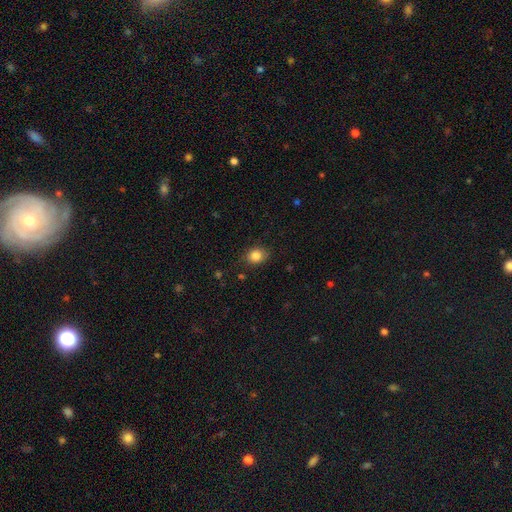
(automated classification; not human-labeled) Smooth or featured?
  - smooth: 85% *
  - star or artifact: 10%
  - featured or disk: 5%
How rounded?
  - round: 57% *
  - in between: 41%
  - cigar-shaped: 1%
Merging?
  - none: 81% *
  - minor disturbance: 15%
  - major disturbance: 3%
  - merger: 1%